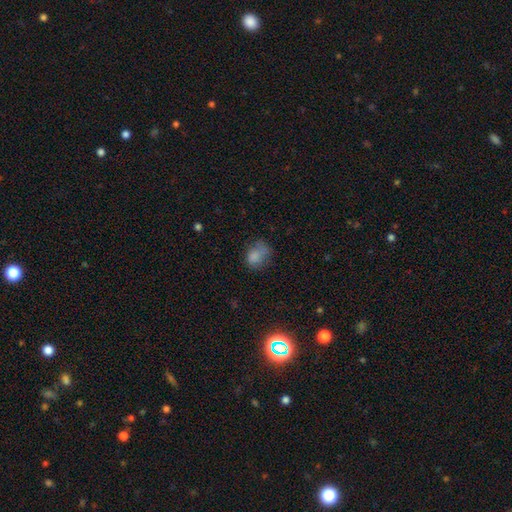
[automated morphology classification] Smooth or featured? smooth (78%)
How rounded? in between (67%)
Merging? none (49%)